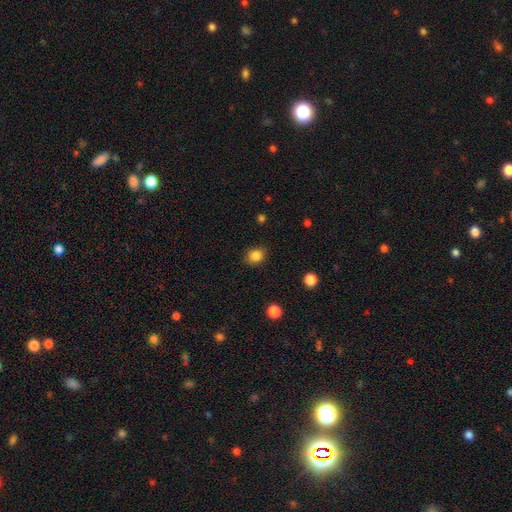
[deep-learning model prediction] Smooth or featured? Predicted: smooth (p=0.84). How rounded? Predicted: round (p=0.68). Merging? Predicted: none (p=0.86).